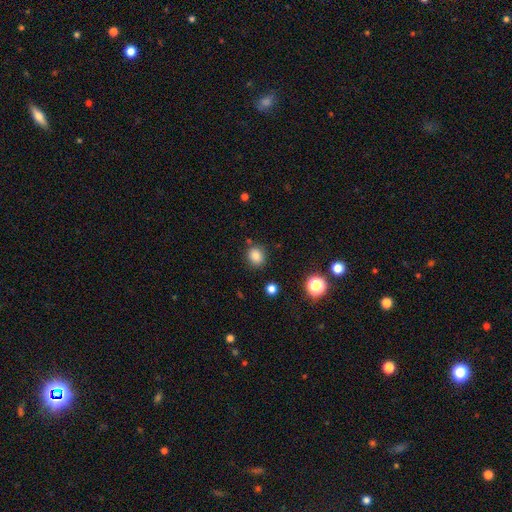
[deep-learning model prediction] This appears to be a smooth galaxy with no disk features (83%) that is round (70%). Merging: none (84%).